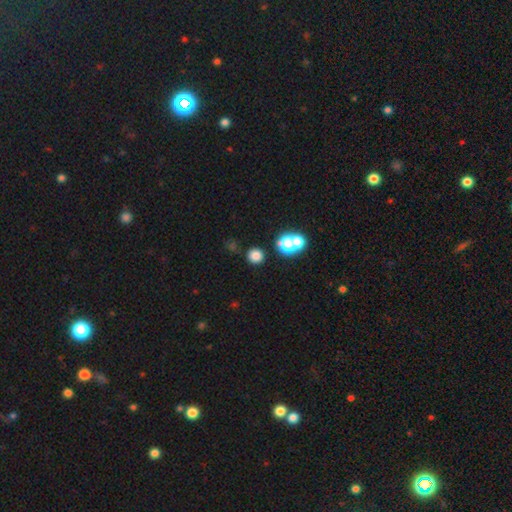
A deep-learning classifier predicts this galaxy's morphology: This appears to be a smooth galaxy with no disk features (76%) that is round (90%). Merging: none (83%).